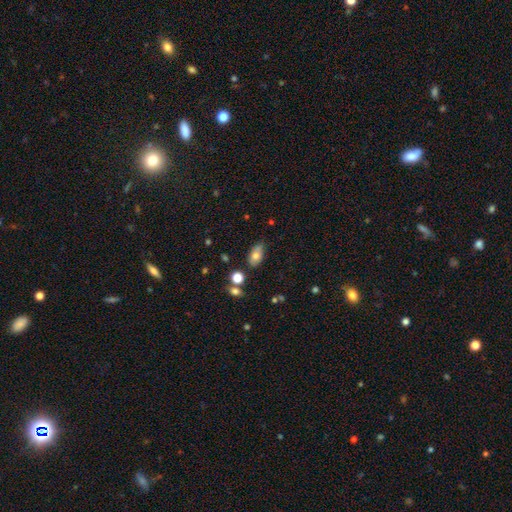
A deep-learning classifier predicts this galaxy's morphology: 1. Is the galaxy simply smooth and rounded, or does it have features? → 72% smooth, 19% featured or disk, 9% star or artifact.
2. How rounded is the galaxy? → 89% in between, 7% round, 4% cigar-shaped.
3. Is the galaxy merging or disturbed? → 65% none, 25% minor disturbance, 5% major disturbance, 5% merger.